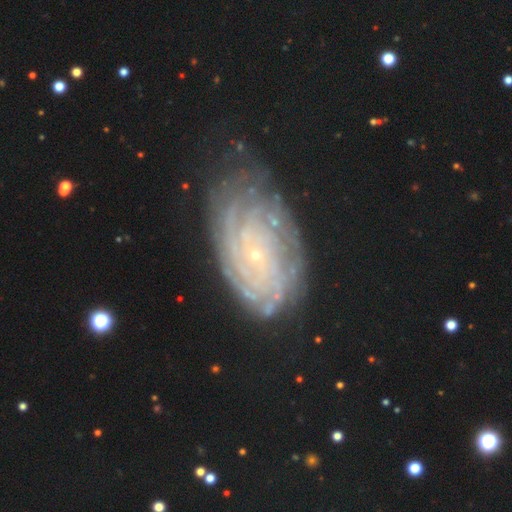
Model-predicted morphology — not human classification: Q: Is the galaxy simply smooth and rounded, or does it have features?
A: featured or disk — 85%.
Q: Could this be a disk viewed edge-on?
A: no — 96%.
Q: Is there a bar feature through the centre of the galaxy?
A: no — 78%.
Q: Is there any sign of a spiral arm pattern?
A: yes — 96%.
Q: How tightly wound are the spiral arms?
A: tight — 81%.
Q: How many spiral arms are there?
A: can't tell — 33%.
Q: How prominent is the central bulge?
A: small — 88%.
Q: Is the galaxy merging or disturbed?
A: none — 75%.